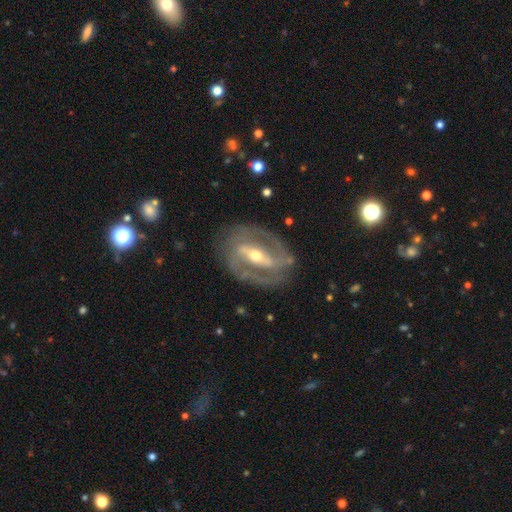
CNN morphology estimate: featured or disk 87%, smooth 8%, star or artifact 5%. Down the decision tree: edge-on disk — no (93%); bar — strong (69%); spiral arms — yes (83%); spiral arm count — 2 (83%); spiral winding — tight (45%); bulge size — moderate (59%); merging — none (80%).